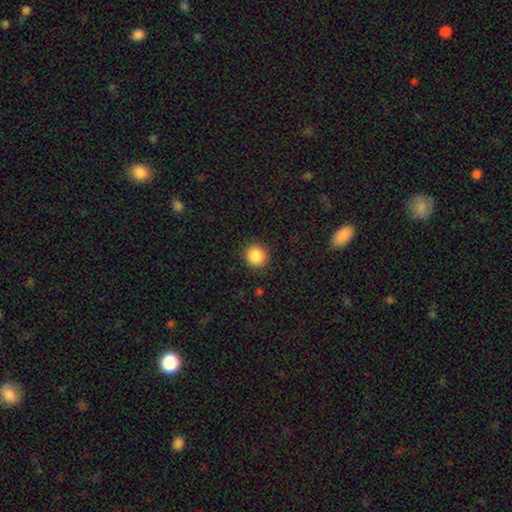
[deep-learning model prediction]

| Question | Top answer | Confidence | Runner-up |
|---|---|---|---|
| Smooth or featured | smooth | 87% | star or artifact (9%) |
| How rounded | round | 92% | in between (7%) |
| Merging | none | 91% | minor disturbance (6%) |